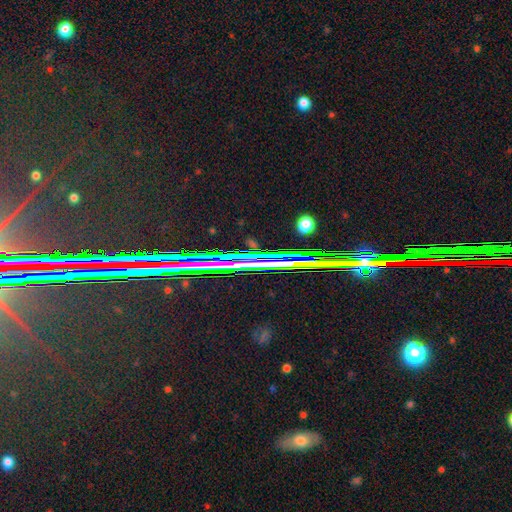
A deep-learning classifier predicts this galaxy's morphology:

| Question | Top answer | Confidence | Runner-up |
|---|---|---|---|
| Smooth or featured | star or artifact | 77% | featured or disk (12%) |